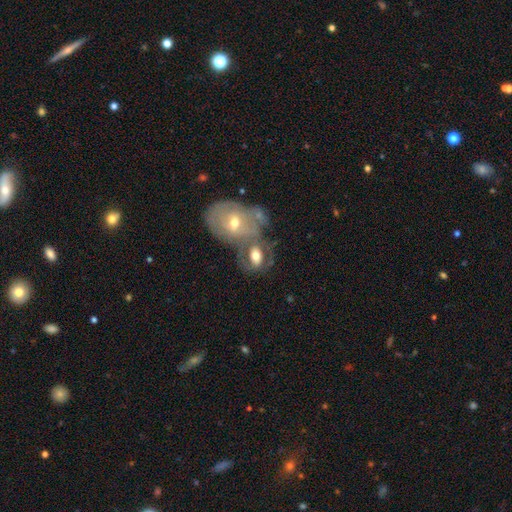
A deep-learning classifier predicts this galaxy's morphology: The model was most divided on "smooth or featured": smooth: 50%, featured or disk: 42%, star or artifact: 8%. Remaining: merging — merger (47%).